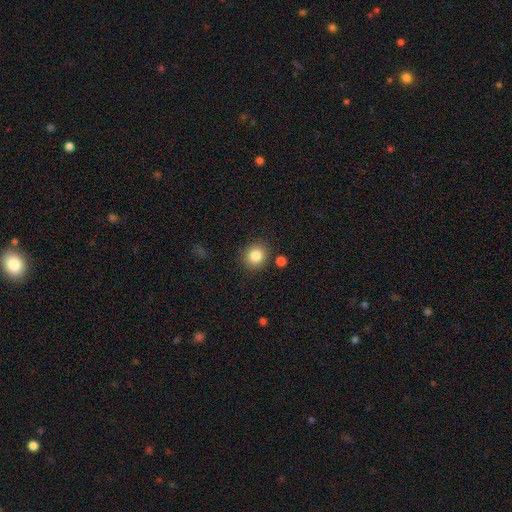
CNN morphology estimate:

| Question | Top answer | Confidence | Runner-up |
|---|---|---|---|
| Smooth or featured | smooth | 84% | star or artifact (10%) |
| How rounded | round | 83% | in between (16%) |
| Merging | none | 86% | minor disturbance (8%) |